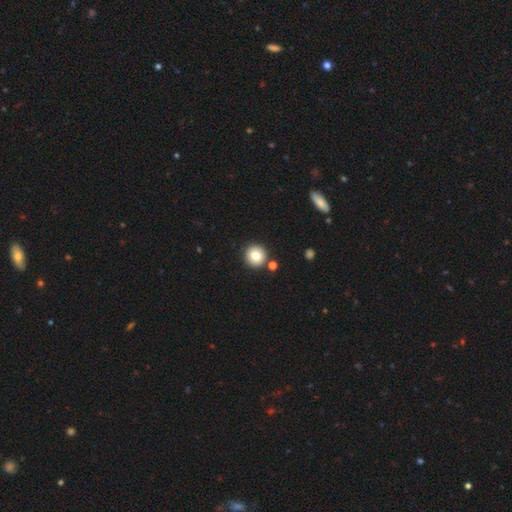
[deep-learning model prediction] Smooth or featured?
  - smooth: 79% *
  - featured or disk: 11%
  - star or artifact: 10%
How rounded?
  - round: 94% *
  - in between: 5%
  - cigar-shaped: 1%
Merging?
  - none: 85% *
  - merger: 6%
  - minor disturbance: 6%
  - major disturbance: 2%